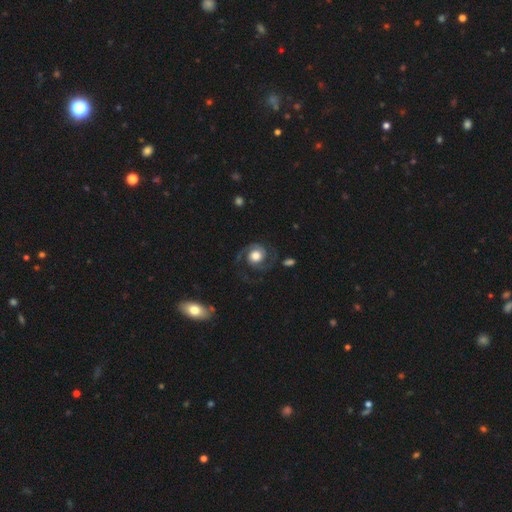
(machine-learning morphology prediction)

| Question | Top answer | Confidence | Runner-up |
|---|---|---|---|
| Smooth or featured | featured or disk | 82% | smooth (12%) |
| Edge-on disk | no | 98% | yes (2%) |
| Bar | no | 73% | weak (22%) |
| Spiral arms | yes | 96% | no (4%) |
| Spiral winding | medium | 47% | tight (35%) |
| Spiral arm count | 2 | 88% | 1 (5%) |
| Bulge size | large | 48% | moderate (38%) |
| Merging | none | 70% | minor disturbance (15%) |